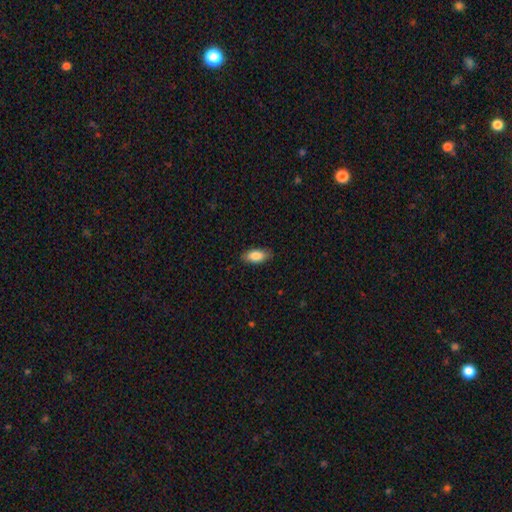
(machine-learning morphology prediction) smooth 86%, featured or disk 8%, star or artifact 6%. Down the decision tree: how rounded — in between (88%); merging — none (84%).